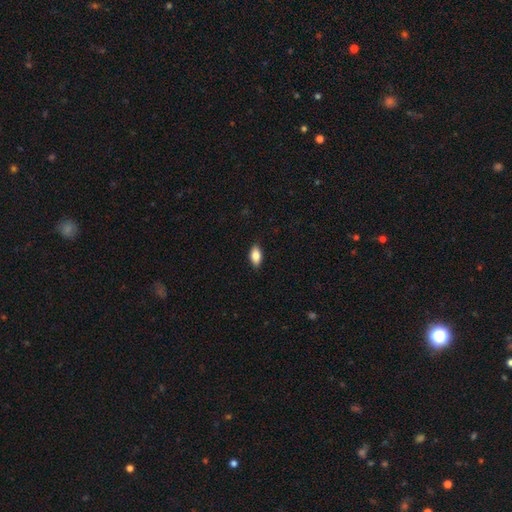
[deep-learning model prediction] Smooth or featured?
  - smooth: 84% *
  - featured or disk: 9%
  - star or artifact: 7%
How rounded?
  - in between: 90% *
  - cigar-shaped: 6%
  - round: 4%
Merging?
  - none: 88% *
  - minor disturbance: 9%
  - major disturbance: 2%
  - merger: 1%